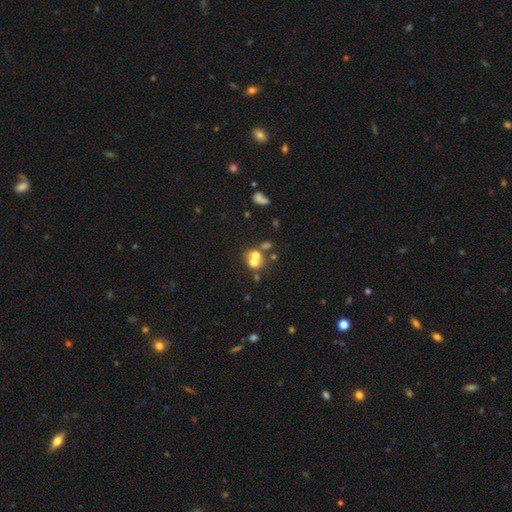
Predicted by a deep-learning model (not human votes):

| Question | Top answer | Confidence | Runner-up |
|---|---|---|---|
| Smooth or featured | smooth | 59% | featured or disk (27%) |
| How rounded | round | 74% | in between (25%) |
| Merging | merger | 57% | none (32%) |